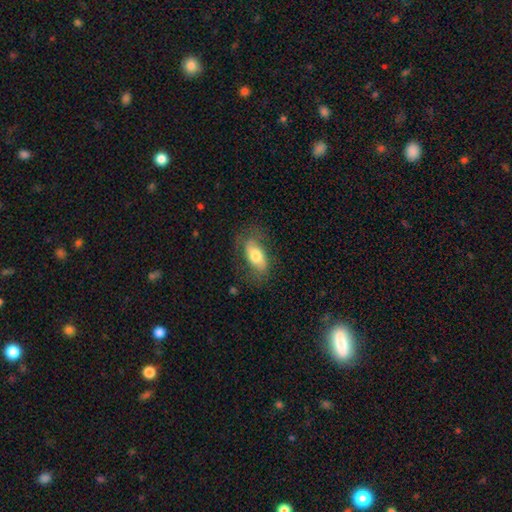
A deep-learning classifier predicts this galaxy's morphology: Q: Smooth or featured?
A: smooth (62%); runner-up: featured or disk (31%)
Q: How rounded?
A: in between (85%); runner-up: cigar-shaped (10%)
Q: Merging?
A: none (69%); runner-up: minor disturbance (19%)